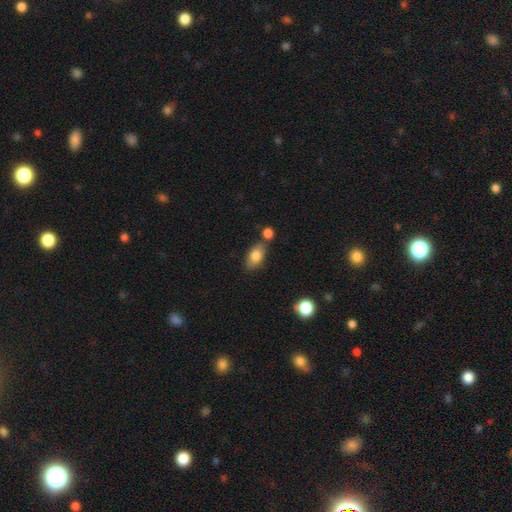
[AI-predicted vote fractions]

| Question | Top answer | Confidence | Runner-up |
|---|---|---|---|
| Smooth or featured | smooth | 81% | featured or disk (12%) |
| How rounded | in between | 89% | round (7%) |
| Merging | none | 62% | merger (20%) |